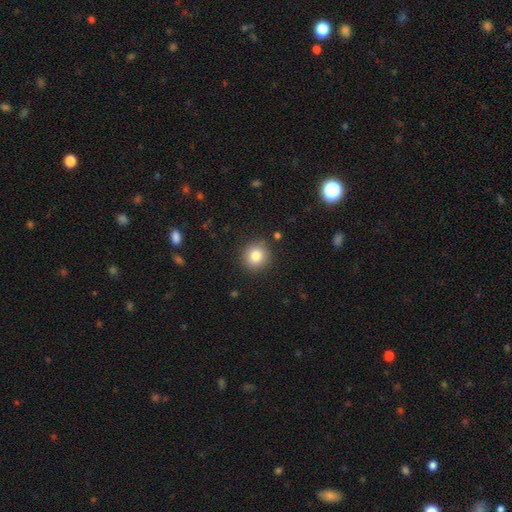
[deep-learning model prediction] Smooth or featured? Predicted: smooth (p=0.83). How rounded? Predicted: round (p=0.90). Merging? Predicted: none (p=0.88).